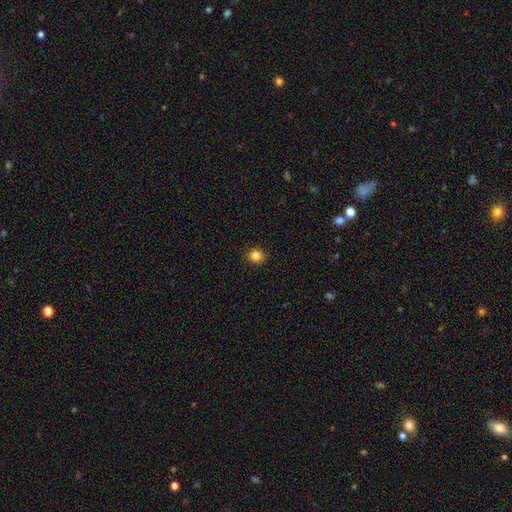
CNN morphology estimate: Overall: smooth (83%). How rounded: round (90%). Merging: none (92%).